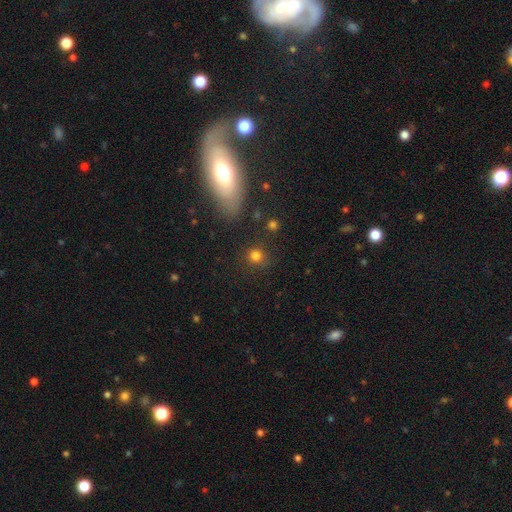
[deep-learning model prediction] This is likely a smooth galaxy (79%). How rounded: clearly round (89%). Merging: clearly none (82%).